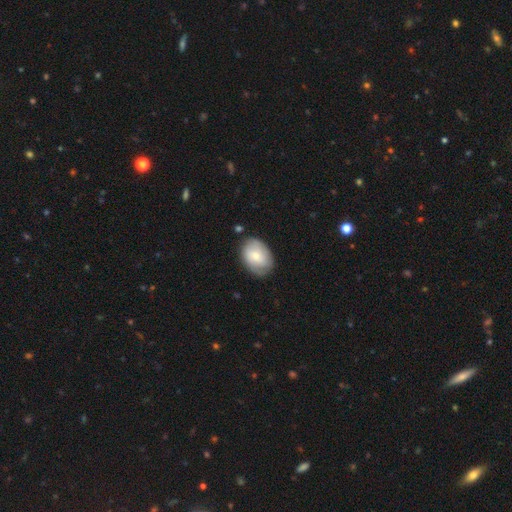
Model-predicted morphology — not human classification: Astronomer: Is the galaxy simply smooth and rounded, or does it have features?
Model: smooth — 66%.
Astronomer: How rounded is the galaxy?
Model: in between — 77%.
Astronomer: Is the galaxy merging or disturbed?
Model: none — 73%.